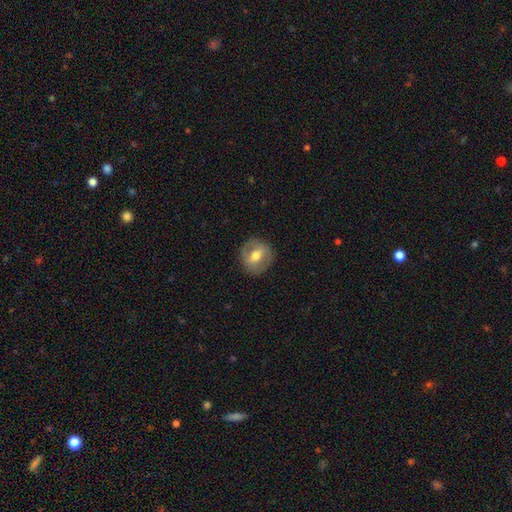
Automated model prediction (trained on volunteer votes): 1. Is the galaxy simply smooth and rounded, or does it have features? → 51% featured or disk, 42% smooth, 7% star or artifact.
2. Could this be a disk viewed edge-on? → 91% no, 9% yes.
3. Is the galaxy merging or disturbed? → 85% none, 10% minor disturbance, 4% major disturbance, 1% merger.